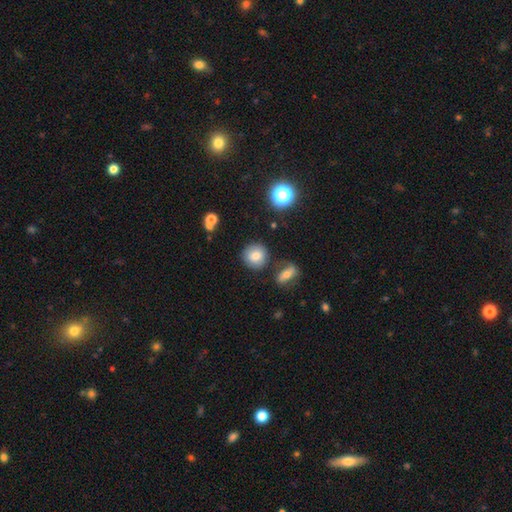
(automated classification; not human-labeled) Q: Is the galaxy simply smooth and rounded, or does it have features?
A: smooth — 77%.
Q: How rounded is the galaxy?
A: round — 90%.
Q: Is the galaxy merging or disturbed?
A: none — 81%.